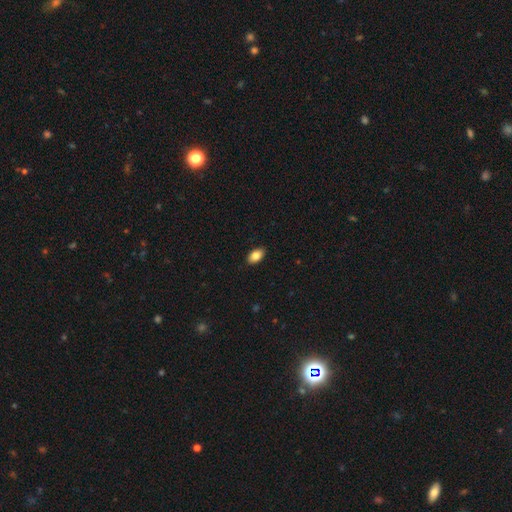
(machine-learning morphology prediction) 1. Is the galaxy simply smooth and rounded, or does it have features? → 85% smooth, 8% featured or disk, 7% star or artifact.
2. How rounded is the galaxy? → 92% in between, 5% round, 2% cigar-shaped.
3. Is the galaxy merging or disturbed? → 89% none, 8% minor disturbance, 2% major disturbance, 1% merger.